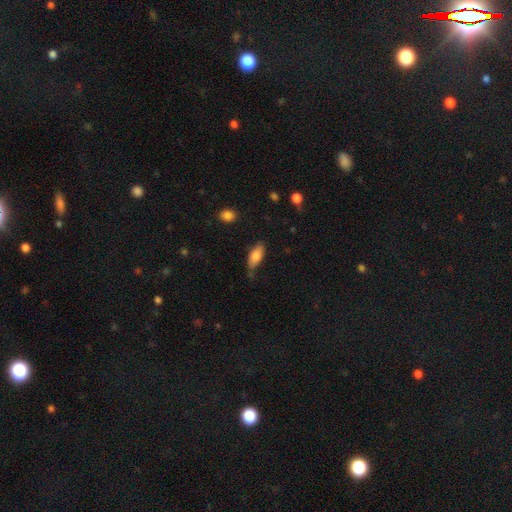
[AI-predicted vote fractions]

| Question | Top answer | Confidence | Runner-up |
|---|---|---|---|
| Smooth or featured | smooth | 80% | featured or disk (14%) |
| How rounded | in between | 85% | cigar-shaped (13%) |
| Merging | none | 64% | minor disturbance (27%) |